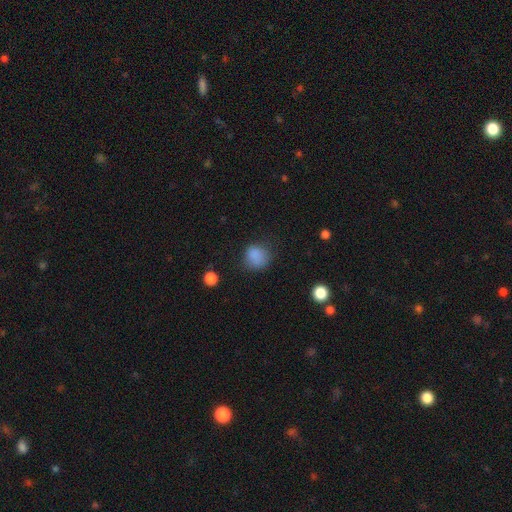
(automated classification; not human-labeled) This appears to be a smooth galaxy with no disk features (84%) that is round (80%). Merging: none (72%).